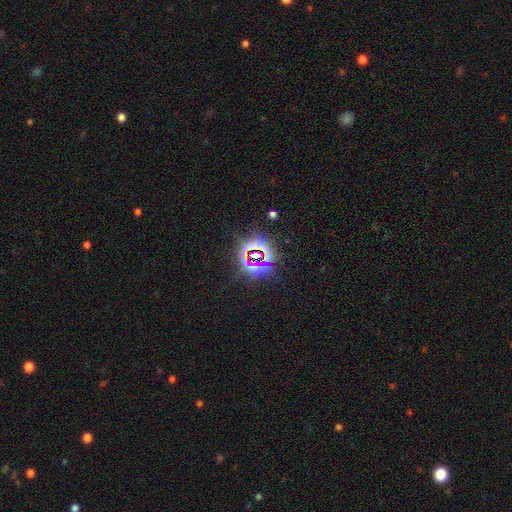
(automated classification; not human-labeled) The model was most divided on "smooth or featured": star or artifact: 81%, smooth: 11%, featured or disk: 8%.